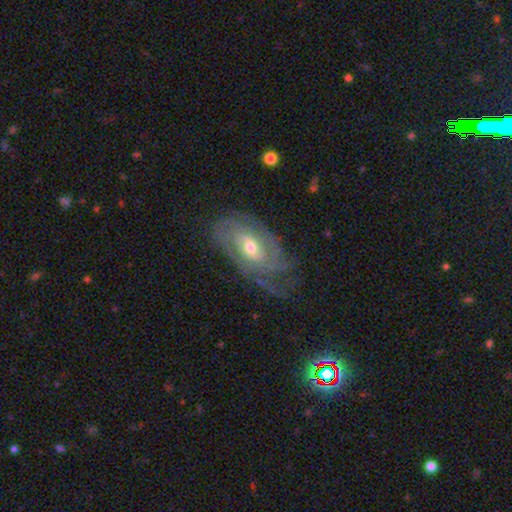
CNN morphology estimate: A featured or disk galaxy (74%) with no bar (54%), tight (64%) spiral arms (90%) and a moderate central bulge (62%).

Vote fractions:
- Smooth or featured? featured or disk: 74% / star or artifact: 13% / smooth: 13%
- Edge-on disk? no: 92% / yes: 8%
- Bar? no: 54% / weak: 36% / strong: 10%
- Spiral arms? yes: 90% / no: 10%
- Spiral winding? tight: 64% / medium: 28% / loose: 8%
- Spiral arm count? can't tell: 46% / 2: 22% / 3: 14% / 4: 6% / 1: 6% / more than 4: 5%
- Bulge size? moderate: 62% / small: 33% / large: 3% / none: 1% / dominant: 1%
- Merging? none: 68% / minor disturbance: 20% / major disturbance: 10% / merger: 2%